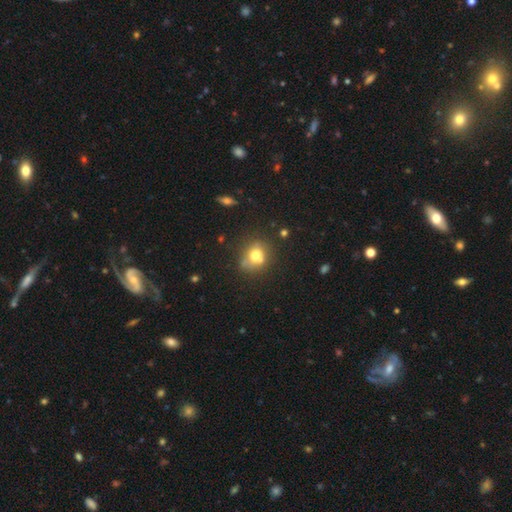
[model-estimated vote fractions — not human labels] Q: Smooth or featured?
A: smooth (69%); runner-up: featured or disk (18%)
Q: How rounded?
A: round (69%); runner-up: in between (30%)
Q: Merging?
A: none (54%); runner-up: minor disturbance (21%)